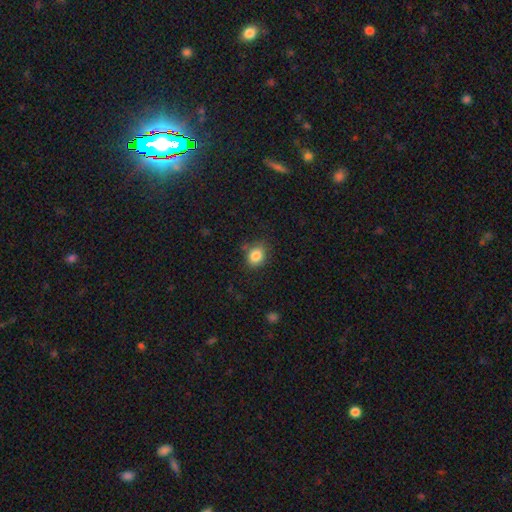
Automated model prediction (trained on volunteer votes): A smooth galaxy with no disk features (84%) that is round (54%). Merging: none (75%).